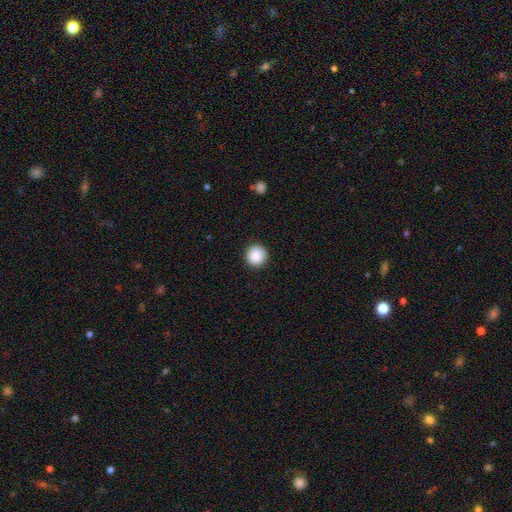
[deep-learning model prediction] Overall: smooth (89%). How rounded: round (96%). Merging: none (92%).